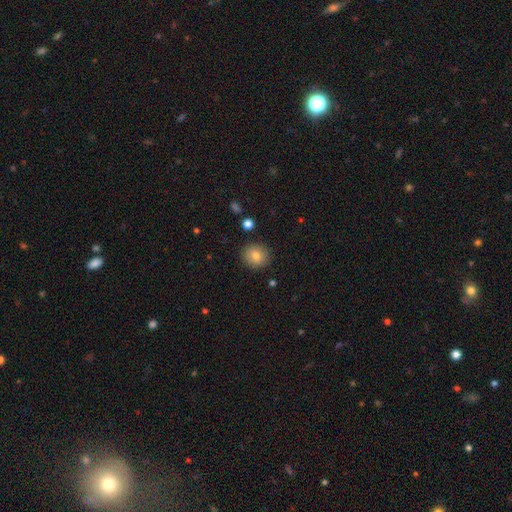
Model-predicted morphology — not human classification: smooth_or_featured: smooth (p=0.80) [alt: featured or disk p=0.10]
how_rounded: round (p=0.86) [alt: in between p=0.13]
merging: none (p=0.89) [alt: minor disturbance p=0.07]